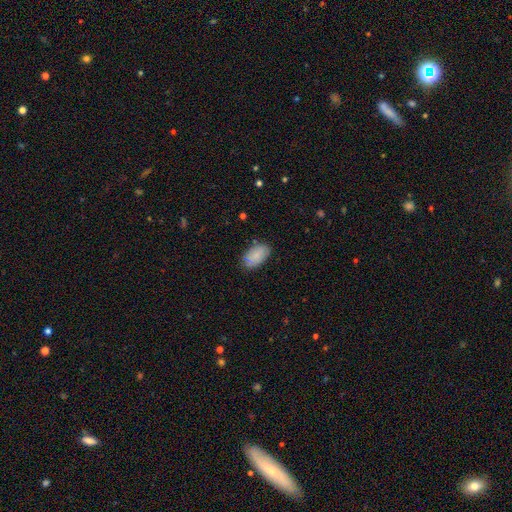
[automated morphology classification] This appears to be a smooth galaxy with no disk features (85%) that is in between round and cigar-shaped (95%). Merging: none (81%).